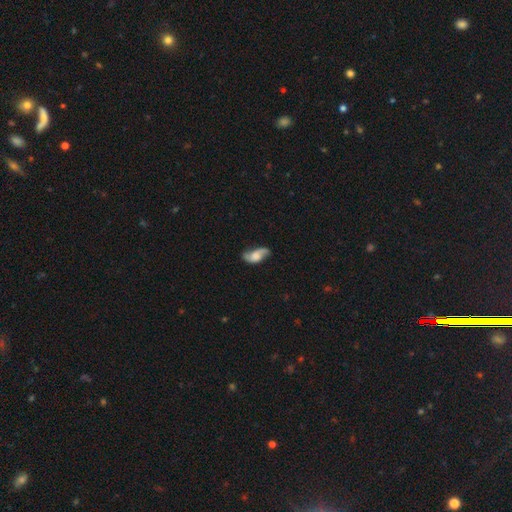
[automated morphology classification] The model was most divided on "bulge size": large: 30%, moderate: 26%, none: 23%, small: 16%, dominant: 4%. More confident: edge-on disk — no (92%); spiral arms — yes (90%); merging — none (64%); bar — no (63%); smooth or featured — featured or disk (60%).